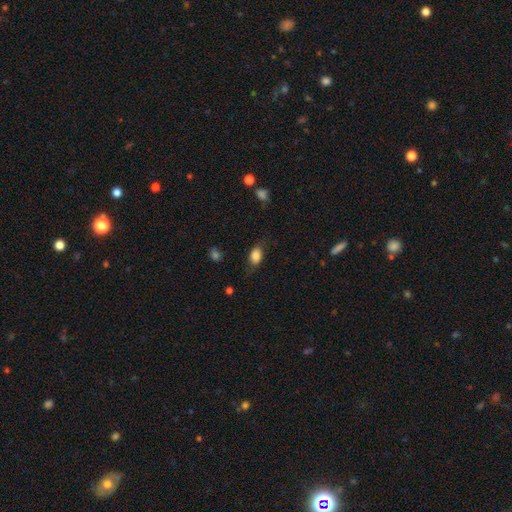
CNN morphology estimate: A smooth galaxy with no disk features (83%) that is in between round and cigar-shaped (85%).

Vote fractions:
- Smooth or featured? smooth: 83% / featured or disk: 9% / star or artifact: 8%
- How rounded? in between: 85% / round: 12% / cigar-shaped: 3%
- Merging? none: 70% / minor disturbance: 21% / major disturbance: 7% / merger: 1%